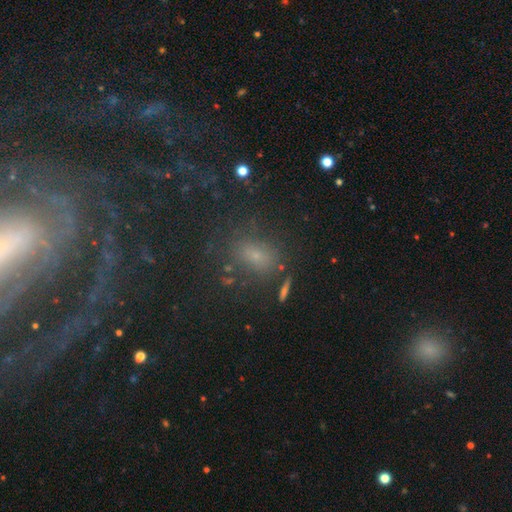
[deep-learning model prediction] Smooth or featured: smooth — 54% (star or artifact — 32%)
How rounded: in between — 68% (round — 27%)
Merging: none — 69% (minor disturbance — 16%)